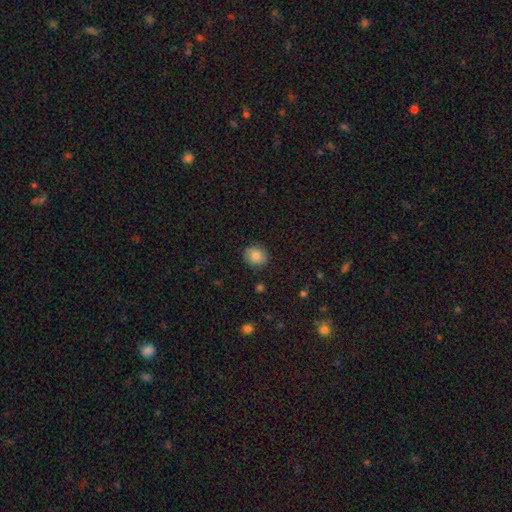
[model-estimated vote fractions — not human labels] A smooth galaxy with no disk features (81%) that is round (76%). Merging: none (86%).